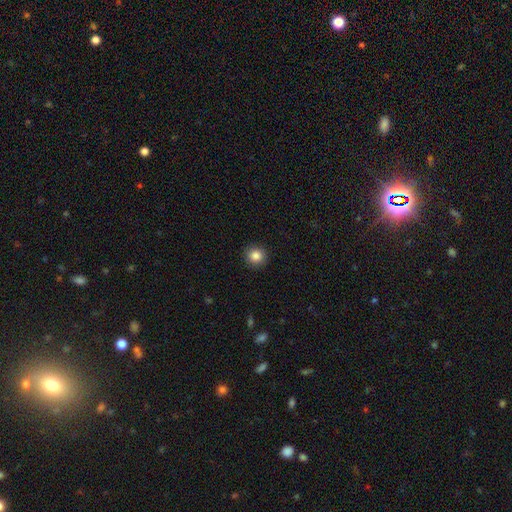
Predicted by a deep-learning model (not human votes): Smooth or featured?
  - smooth: 86% *
  - star or artifact: 10%
  - featured or disk: 5%
How rounded?
  - round: 93% *
  - in between: 6%
  - cigar-shaped: 1%
Merging?
  - none: 91% *
  - minor disturbance: 6%
  - major disturbance: 2%
  - merger: 1%